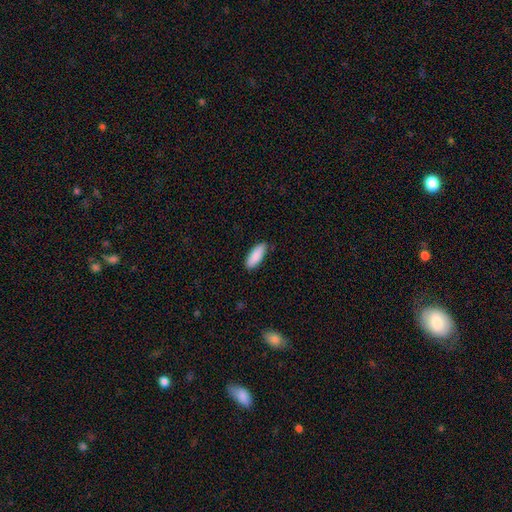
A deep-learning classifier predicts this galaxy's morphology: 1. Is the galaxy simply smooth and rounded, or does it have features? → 89% smooth, 6% star or artifact, 5% featured or disk.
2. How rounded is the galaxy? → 67% in between, 32% cigar-shaped, 2% round.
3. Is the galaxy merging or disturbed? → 84% none, 12% minor disturbance, 2% major disturbance, 1% merger.